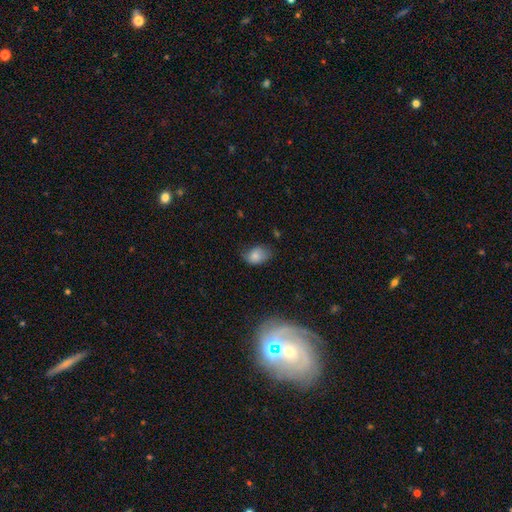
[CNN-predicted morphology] smooth 80%, featured or disk 10%, star or artifact 9%. Down the decision tree: how rounded — in between (77%); merging — none (53%).